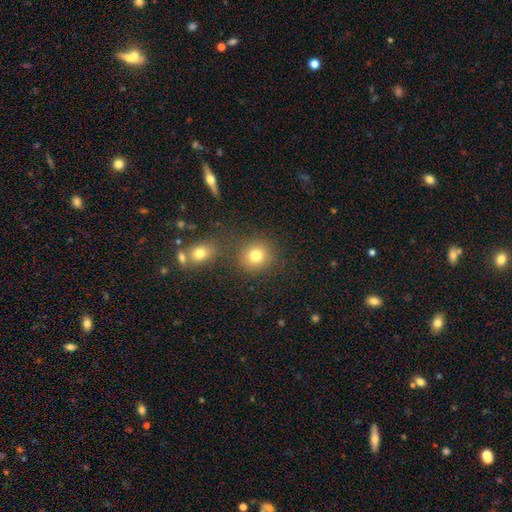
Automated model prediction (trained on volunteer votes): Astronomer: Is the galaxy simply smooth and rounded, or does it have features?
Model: smooth — 80%.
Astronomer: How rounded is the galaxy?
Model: round — 84%.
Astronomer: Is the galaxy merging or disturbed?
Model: none — 77%.